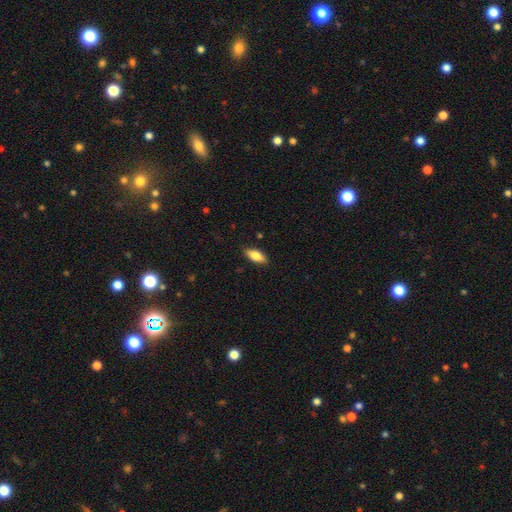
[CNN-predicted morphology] Smooth or featured?
  - smooth: 79% *
  - featured or disk: 15%
  - star or artifact: 6%
How rounded?
  - in between: 81% *
  - cigar-shaped: 16%
  - round: 2%
Merging?
  - none: 87% *
  - minor disturbance: 10%
  - major disturbance: 2%
  - merger: 1%